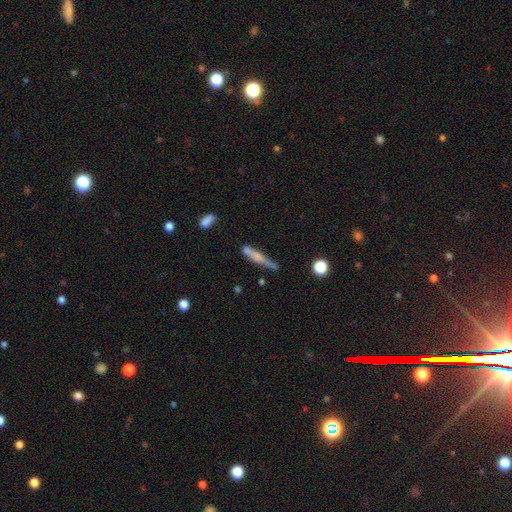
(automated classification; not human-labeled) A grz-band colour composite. It shows a smooth galaxy with no disk features (48%). Merging: none (58%).